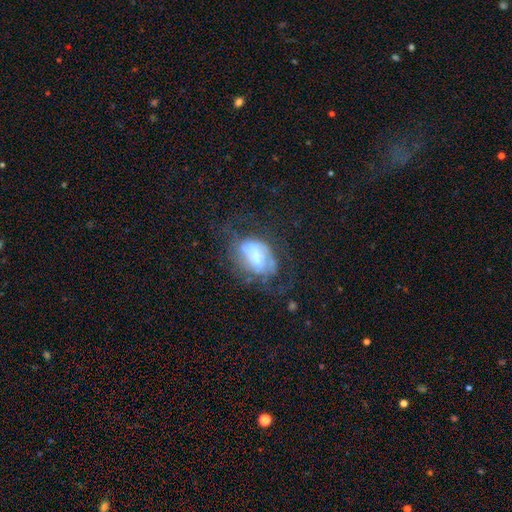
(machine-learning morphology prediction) smooth_or_featured: featured or disk (p=0.61) [alt: smooth p=0.29]
disk_edge_on: no (p=0.95) [alt: yes p=0.05]
bar: no (p=0.40) [alt: weak p=0.37]
has_spiral_arms: yes (p=0.55) [alt: no p=0.45]
bulge_size: moderate (p=0.35) [alt: small p=0.31]
merging: none (p=0.38) [alt: major disturbance p=0.35]